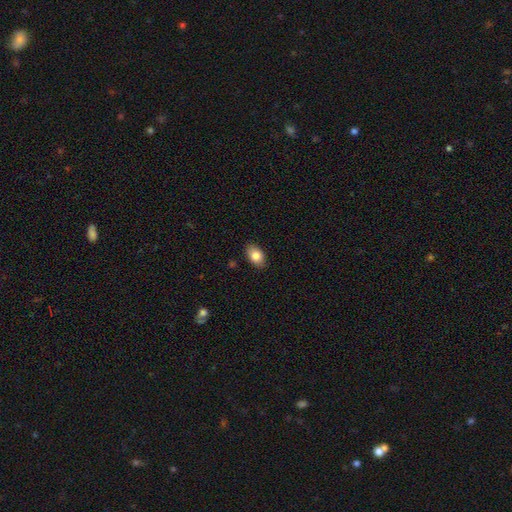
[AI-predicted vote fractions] smooth 84%, featured or disk 9%, star or artifact 8%. Down the decision tree: how rounded — in between (88%); merging — none (88%).